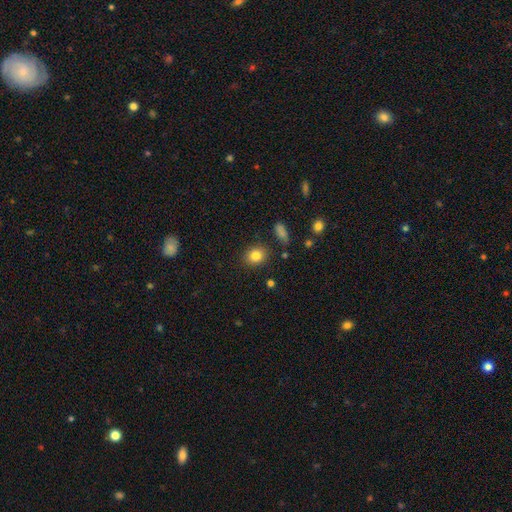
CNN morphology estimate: Smooth or featured? Predicted: smooth (p=0.83). How rounded? Predicted: round (p=0.68). Merging? Predicted: none (p=0.85).